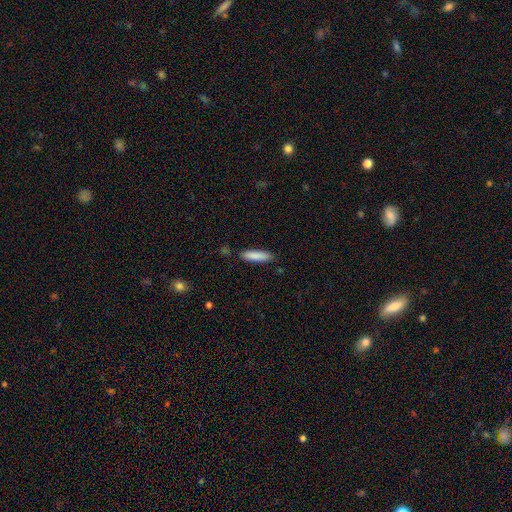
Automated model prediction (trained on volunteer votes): A smooth galaxy with no disk features (87%) that is cigar-shaped (76%). Merging: none (85%).